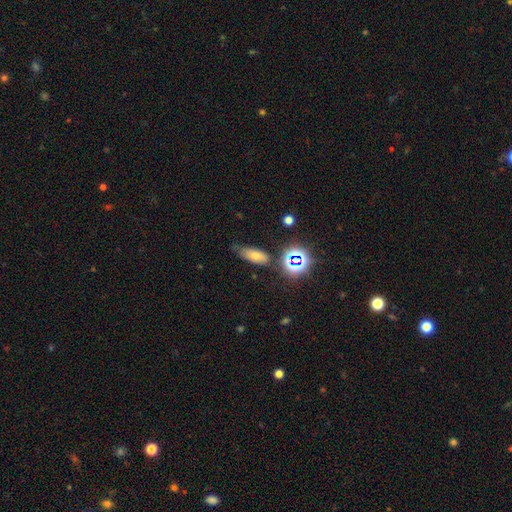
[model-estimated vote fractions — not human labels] Morphology: type=smooth (66%); roundness=in between (75%); merging=none (61%).